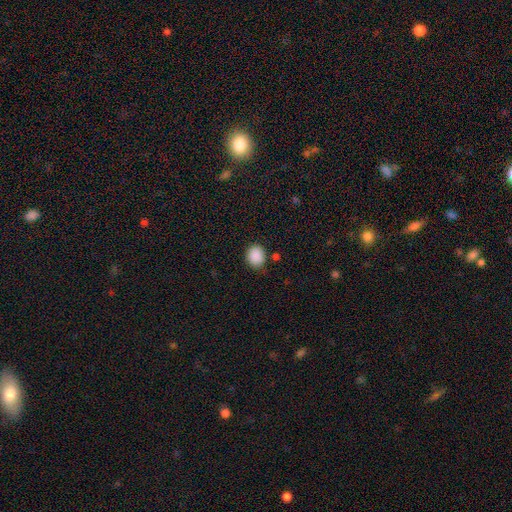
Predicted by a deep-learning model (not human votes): This appears to be a smooth galaxy with no disk features (89%) that is round (63%). Merging: none (80%).